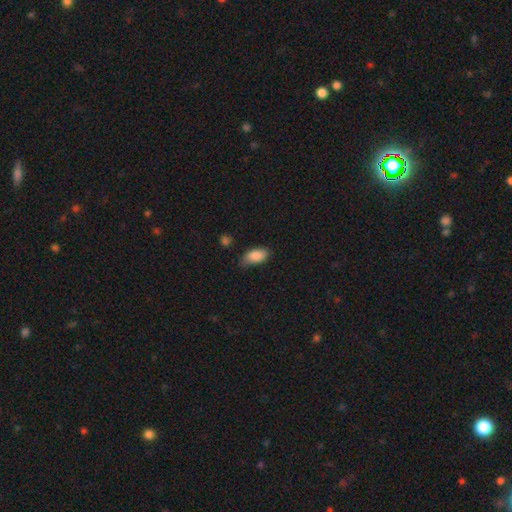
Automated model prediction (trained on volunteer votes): The model was most divided on "merging": none: 67%, minor disturbance: 26%, major disturbance: 4%, merger: 2%. More confident: how rounded — in between (91%); smooth or featured — smooth (86%).